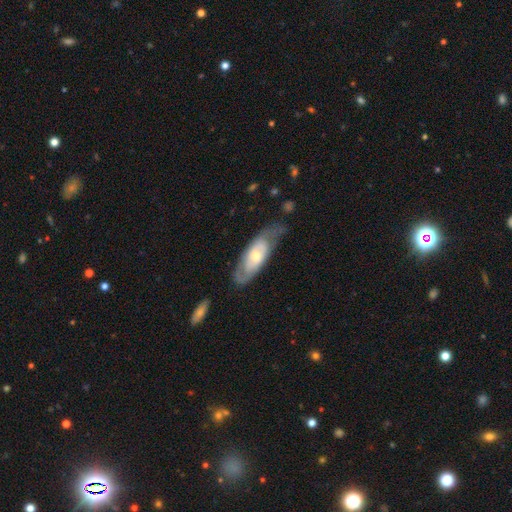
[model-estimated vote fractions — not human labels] Q: Smooth or featured?
A: featured or disk (61%); runner-up: smooth (34%)
Q: Edge-on disk?
A: no (82%); runner-up: yes (18%)
Q: Merging?
A: none (58%); runner-up: minor disturbance (26%)